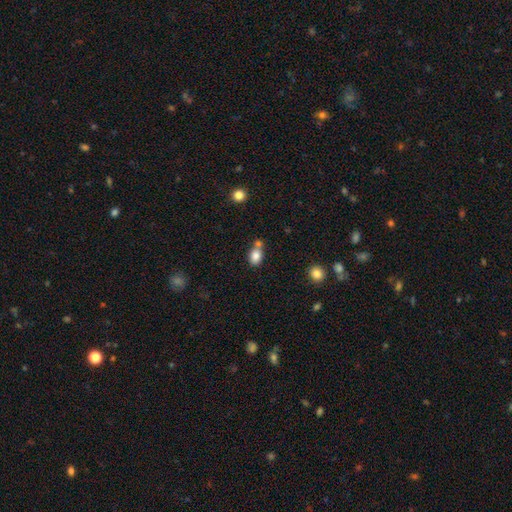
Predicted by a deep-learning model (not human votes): The model was most divided on "merging": none: 50%, merger: 32%, minor disturbance: 15%, major disturbance: 4%. More confident: smooth or featured — smooth (83%); how rounded — in between (72%).